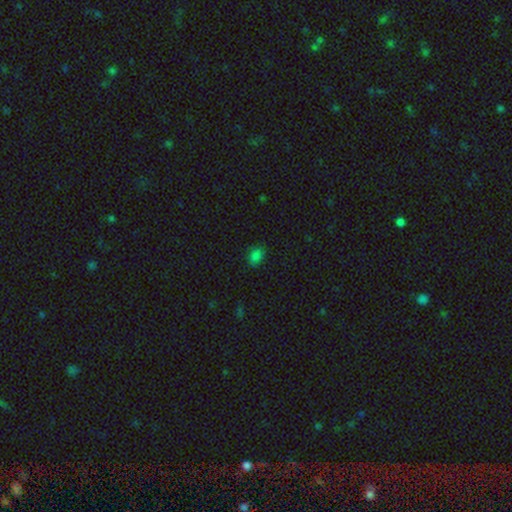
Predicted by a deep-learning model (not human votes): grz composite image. It shows a smooth galaxy with no disk features (80%) that is in between round and cigar-shaped (73%). Merging: none (82%).